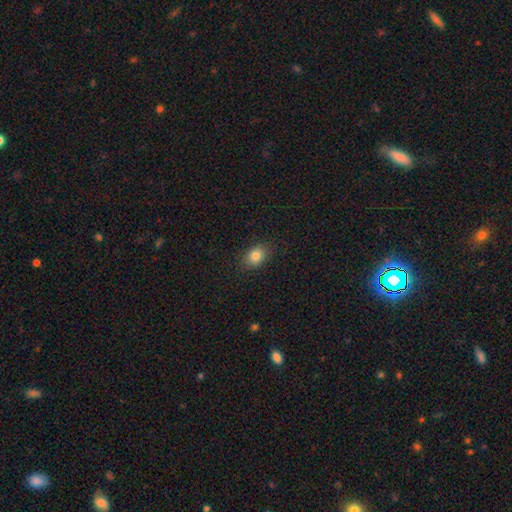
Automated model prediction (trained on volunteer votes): The model was most divided on "how rounded": in between: 71%, round: 28%, cigar-shaped: 1%. More confident: merging — none (86%); smooth or featured — smooth (83%).